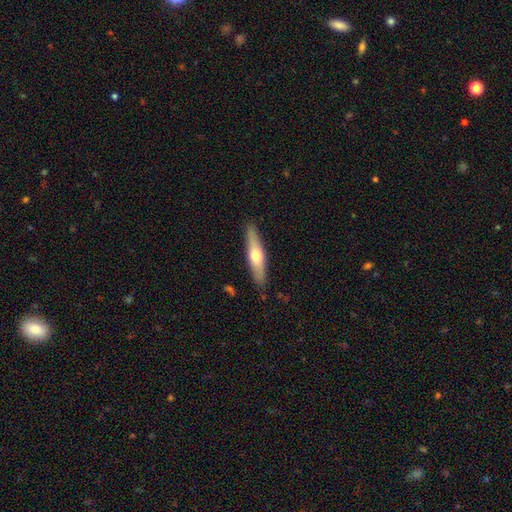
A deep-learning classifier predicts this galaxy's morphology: This appears to be a featured or disk galaxy (48%). Merging: none (88%).